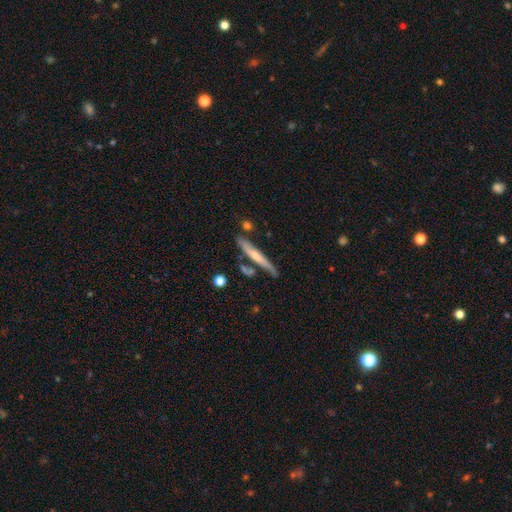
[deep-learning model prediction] Q: Smooth or featured?
A: smooth (47%); tied with: featured or disk (47%)
Q: Merging?
A: none (67%); runner-up: minor disturbance (18%)